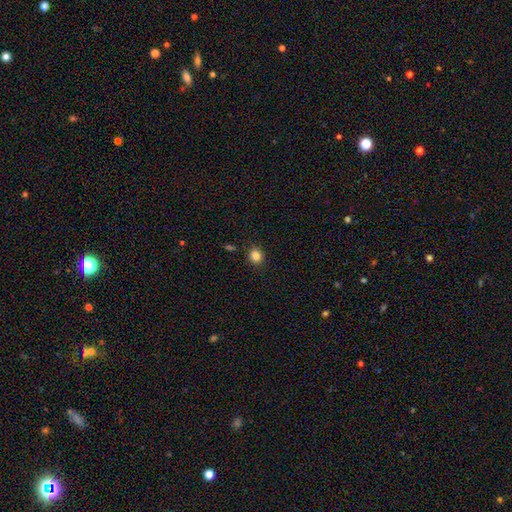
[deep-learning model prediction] smooth_or_featured: smooth (p=0.84) [alt: star or artifact p=0.11]
how_rounded: round (p=0.82) [alt: in between p=0.17]
merging: none (p=0.89) [alt: minor disturbance p=0.07]